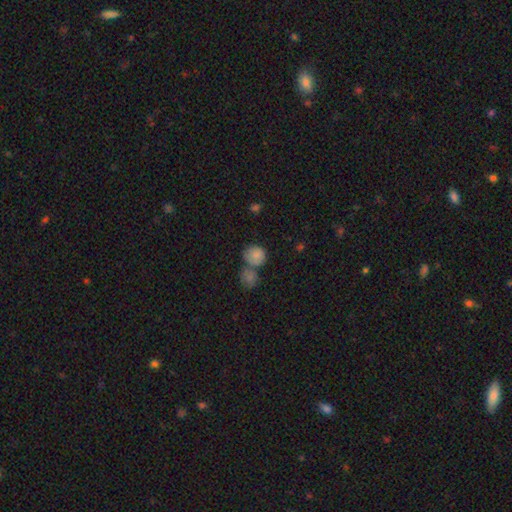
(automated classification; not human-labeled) Smooth or featured: smooth — 83% (star or artifact — 9%)
How rounded: round — 78% (in between — 21%)
Merging: merger — 43% (none — 41%)